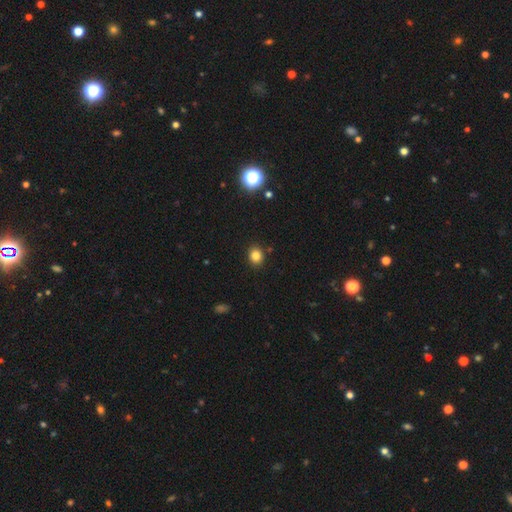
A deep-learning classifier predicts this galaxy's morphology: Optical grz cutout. It shows a smooth galaxy with no disk features (82%) that is round (67%). Merging: none (89%).